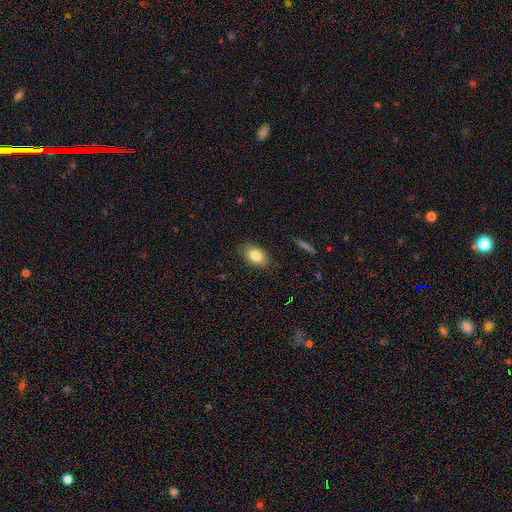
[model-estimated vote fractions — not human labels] A smooth galaxy with no disk features (83%) that is in between round and cigar-shaped (87%).

Vote fractions:
- Smooth or featured? smooth: 83% / featured or disk: 9% / star or artifact: 8%
- How rounded? in between: 87% / round: 11% / cigar-shaped: 2%
- Merging? none: 84% / minor disturbance: 12% / major disturbance: 3% / merger: 1%